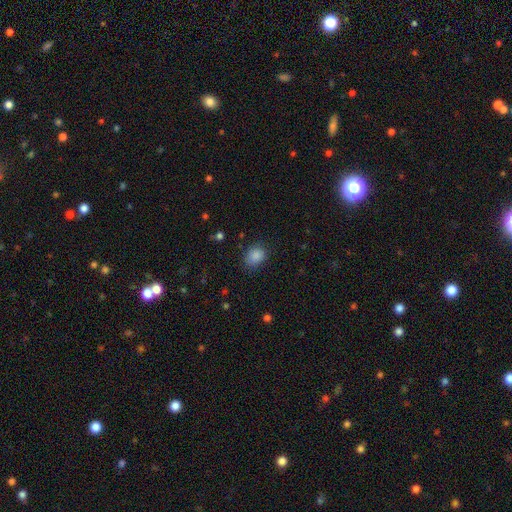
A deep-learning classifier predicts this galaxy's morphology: Overall: smooth (87%). How rounded: in between (54%; round 45%). Merging: none (75%).